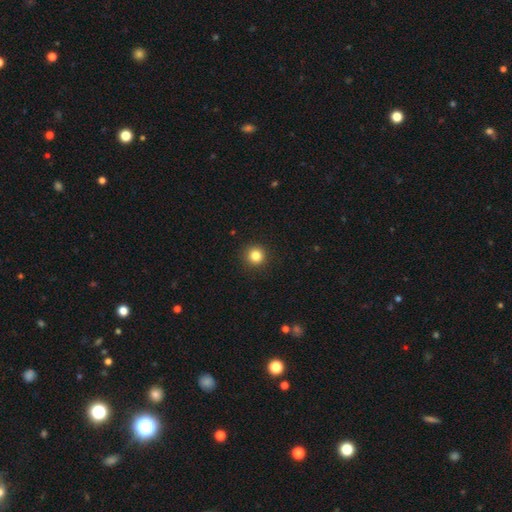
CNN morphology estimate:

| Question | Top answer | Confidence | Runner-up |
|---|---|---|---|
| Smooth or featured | smooth | 83% | star or artifact (12%) |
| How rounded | round | 95% | in between (4%) |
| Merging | none | 92% | minor disturbance (5%) |